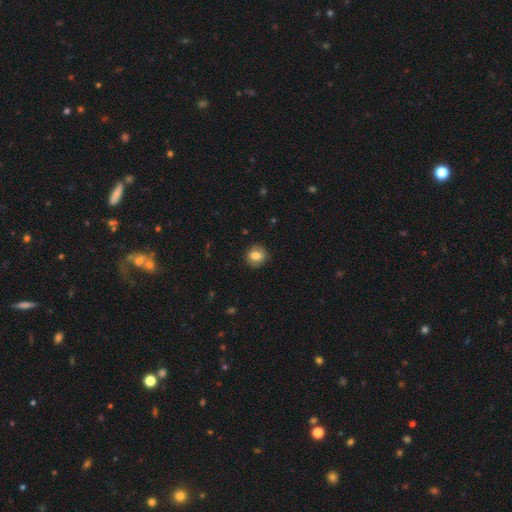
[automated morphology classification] A smooth galaxy with no disk features (80%) that is round (77%).

Vote fractions:
- Smooth or featured? smooth: 80% / featured or disk: 11% / star or artifact: 9%
- How rounded? round: 77% / in between: 22% / cigar-shaped: 1%
- Merging? none: 85% / minor disturbance: 11% / major disturbance: 3% / merger: 1%